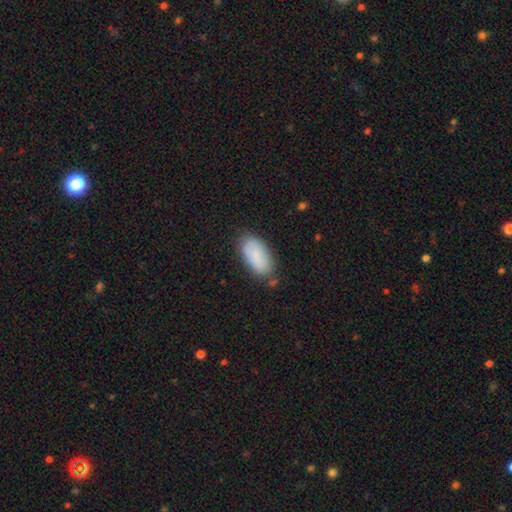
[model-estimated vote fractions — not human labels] A smooth galaxy with no disk features (86%) that is in between round and cigar-shaped (93%). Merging: none (76%).